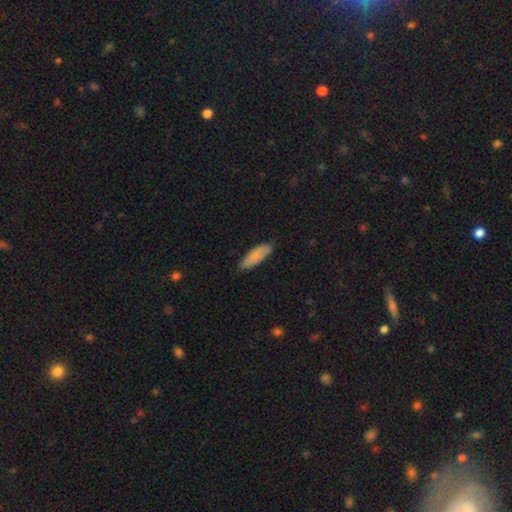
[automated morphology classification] smooth 85%, featured or disk 10%, star or artifact 6%. Down the decision tree: how rounded — in between (59%); merging — none (82%).